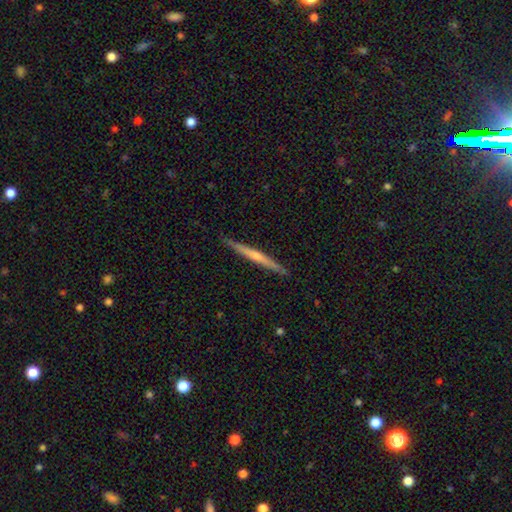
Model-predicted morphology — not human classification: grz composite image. It shows a featured or disk galaxy (71%) viewed edge-on (98%) with a rounded central bulge (69%). Merging: none (91%).